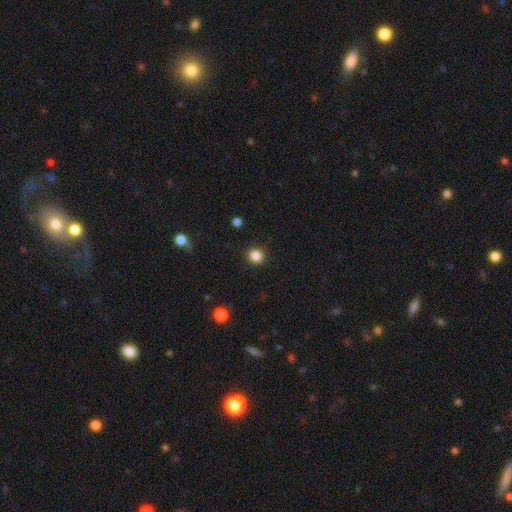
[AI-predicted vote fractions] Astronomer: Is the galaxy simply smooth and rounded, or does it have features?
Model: smooth — 85%.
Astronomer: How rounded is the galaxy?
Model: round — 92%.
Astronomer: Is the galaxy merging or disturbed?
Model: none — 91%.